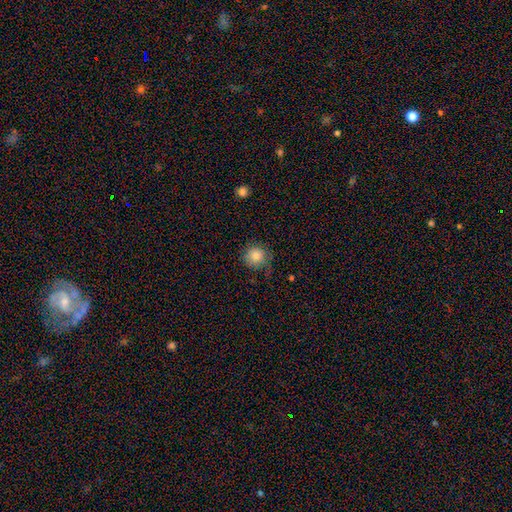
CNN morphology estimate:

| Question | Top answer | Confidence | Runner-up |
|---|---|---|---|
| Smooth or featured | smooth | 83% | star or artifact (10%) |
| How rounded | round | 92% | in between (7%) |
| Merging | none | 71% | minor disturbance (20%) |